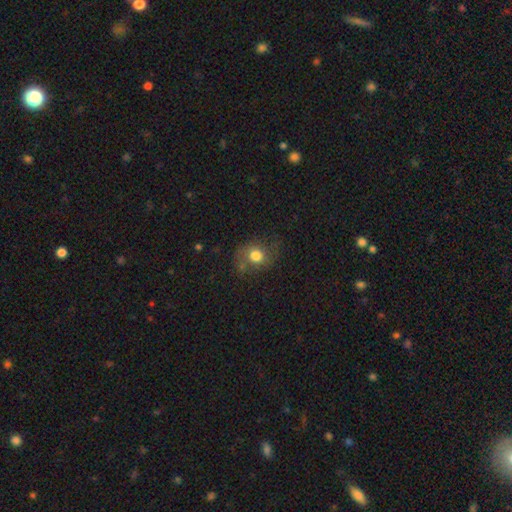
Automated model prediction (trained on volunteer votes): Smooth or featured?
  - smooth: 65% *
  - featured or disk: 24%
  - star or artifact: 12%
How rounded?
  - round: 64% *
  - in between: 34%
  - cigar-shaped: 1%
Merging?
  - none: 57% *
  - minor disturbance: 24%
  - major disturbance: 15%
  - merger: 3%